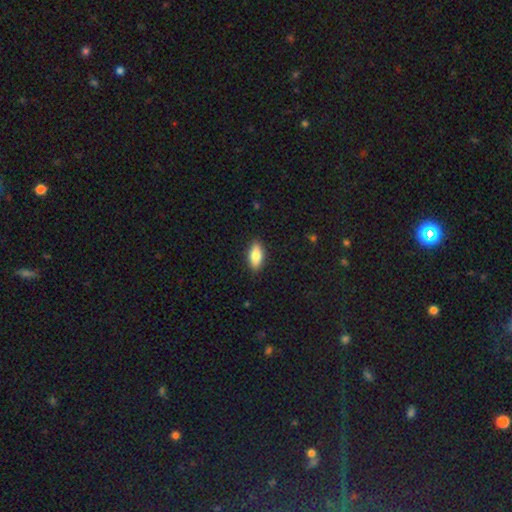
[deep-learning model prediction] This is clearly a smooth galaxy (82%). How rounded: clearly in between (84%). Merging: clearly none (88%).